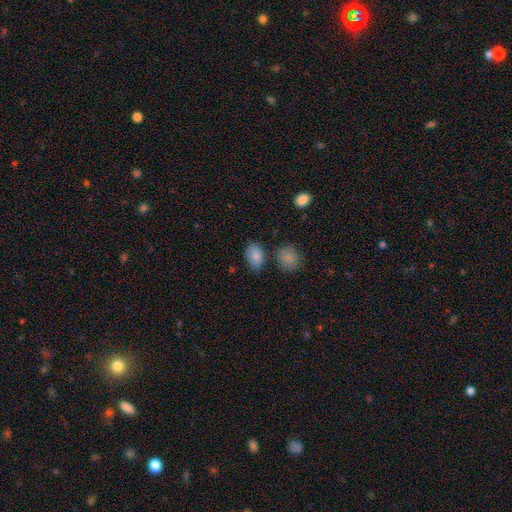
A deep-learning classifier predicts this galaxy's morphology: This appears to be a smooth galaxy with no disk features (84%) that is in between round and cigar-shaped (87%). Merging: none (68%).